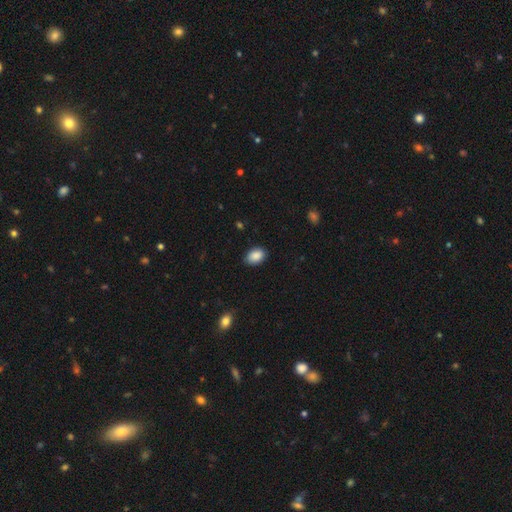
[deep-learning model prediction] smooth-or-featured: smooth: 90% | star or artifact: 7% | featured or disk: 3%
  how-rounded: in between: 85% | round: 14% | cigar-shaped: 1%
  merging: none: 87% | minor disturbance: 10% | major disturbance: 2% | merger: 1%